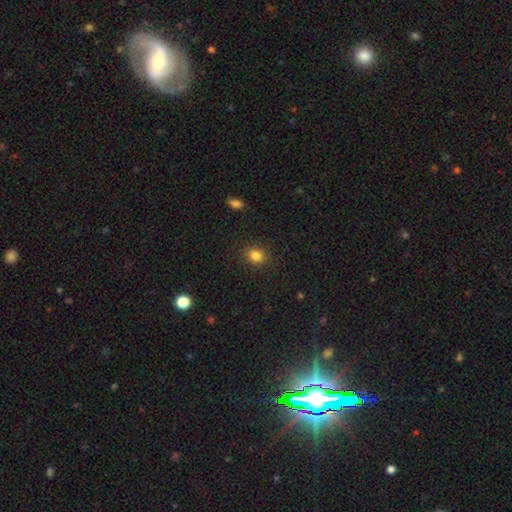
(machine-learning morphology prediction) type=smooth (84%); roundness=round (74%); merging=none (88%).